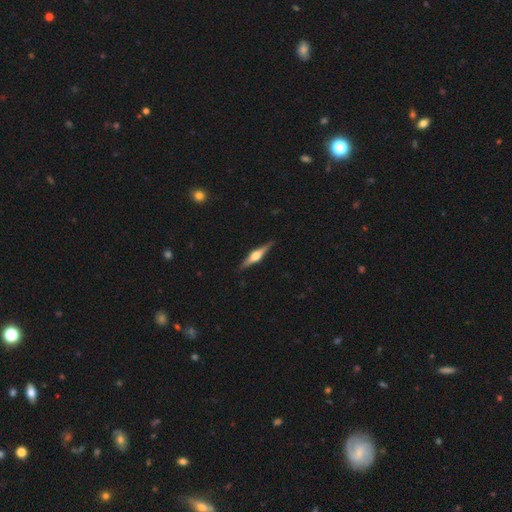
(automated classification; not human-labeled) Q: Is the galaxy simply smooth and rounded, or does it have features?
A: featured or disk — 73%.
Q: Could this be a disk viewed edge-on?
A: yes — 97%.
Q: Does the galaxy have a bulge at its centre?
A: rounded — 92%.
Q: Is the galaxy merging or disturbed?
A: none — 89%.